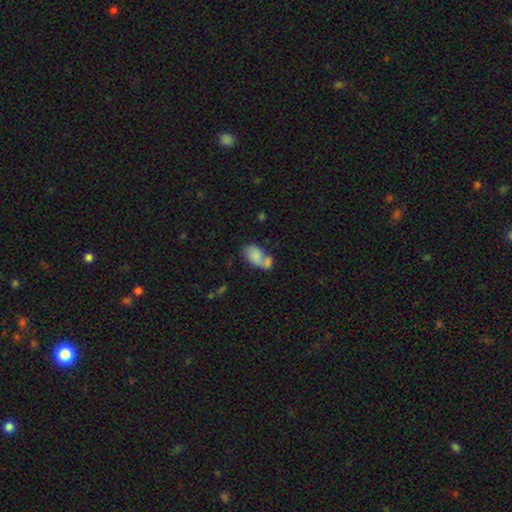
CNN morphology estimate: Q: Smooth or featured?
A: smooth (65%); runner-up: featured or disk (26%)
Q: How rounded?
A: in between (87%); runner-up: round (11%)
Q: Merging?
A: merger (55%); runner-up: none (23%)